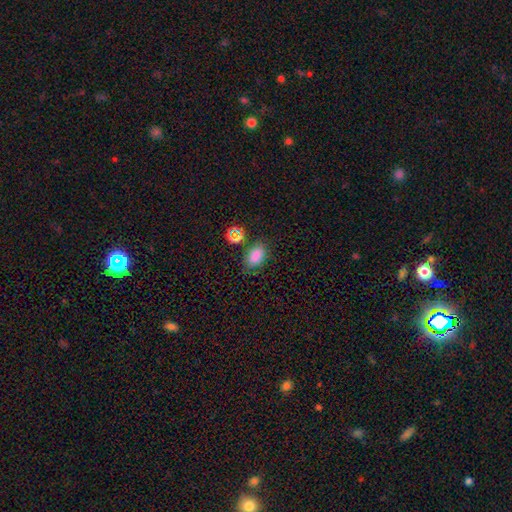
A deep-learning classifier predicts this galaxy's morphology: This is clearly a smooth galaxy (81%). How rounded: clearly in between (86%). Merging: likely none (75%).